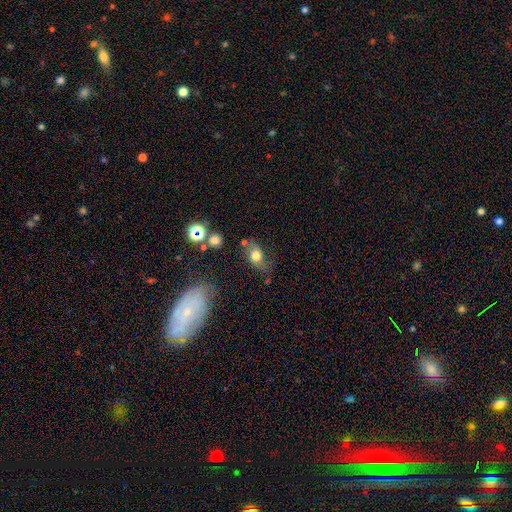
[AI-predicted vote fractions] smooth_or_featured: smooth (p=0.70) [alt: featured or disk p=0.19]
how_rounded: in between (p=0.74) [alt: round p=0.23]
merging: none (p=0.59) [alt: minor disturbance p=0.24]